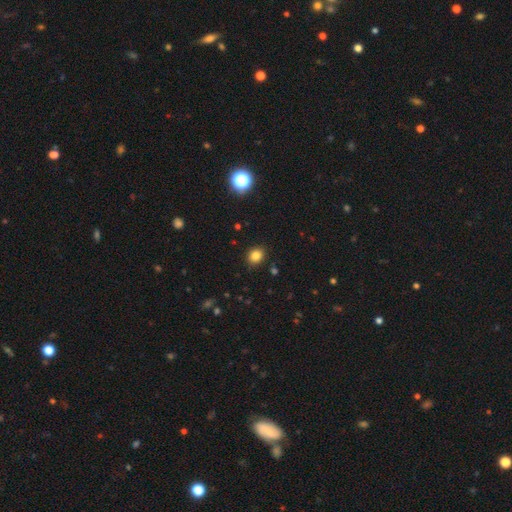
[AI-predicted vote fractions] The model was most divided on "how rounded": round: 68%, in between: 31%, cigar-shaped: 1%. More confident: merging — none (89%); smooth or featured — smooth (82%).